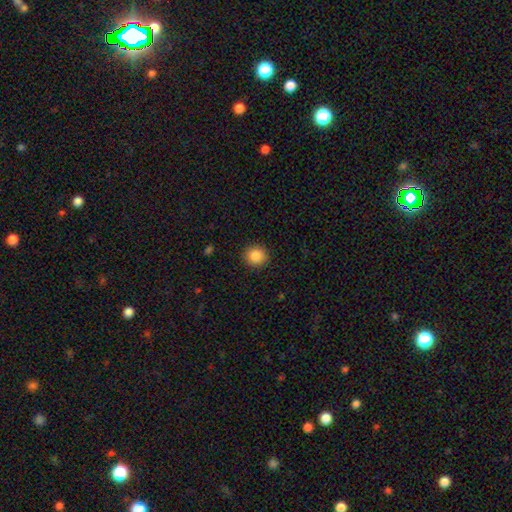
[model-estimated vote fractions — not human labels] Smooth or featured: smooth — 87% (star or artifact — 9%)
How rounded: round — 89% (in between — 10%)
Merging: none — 91% (minor disturbance — 6%)